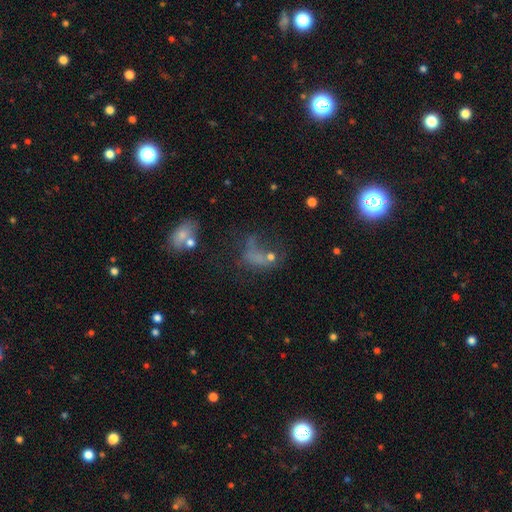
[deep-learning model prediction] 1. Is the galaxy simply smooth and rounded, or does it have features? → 39% smooth, 34% featured or disk, 27% star or artifact.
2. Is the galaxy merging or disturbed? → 40% major disturbance, 28% none, 18% merger, 15% minor disturbance.